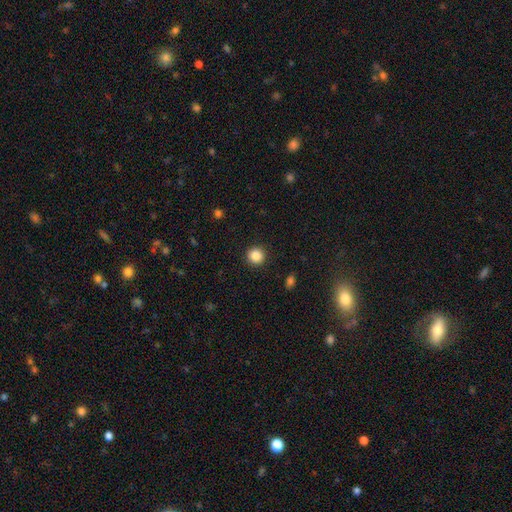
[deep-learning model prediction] smooth 86%, star or artifact 10%, featured or disk 4%. Down the decision tree: how rounded — round (94%); merging — none (92%).